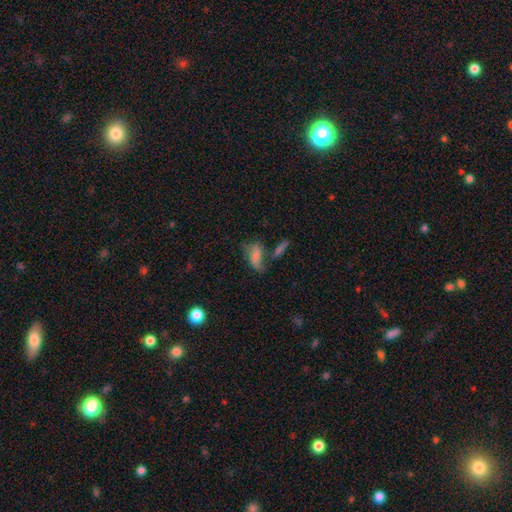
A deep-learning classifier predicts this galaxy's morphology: Smooth or featured?
  - smooth: 57% *
  - featured or disk: 30%
  - star or artifact: 12%
How rounded?
  - in between: 77% *
  - cigar-shaped: 17%
  - round: 5%
Merging?
  - none: 37% *
  - merger: 24%
  - minor disturbance: 20%
  - major disturbance: 19%